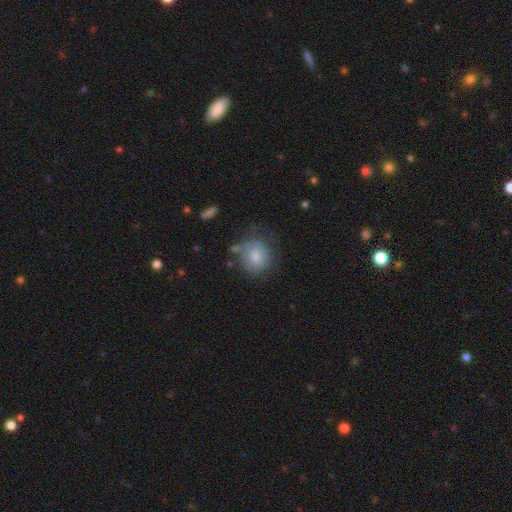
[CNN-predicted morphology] Q: Smooth or featured?
A: smooth (70%); runner-up: featured or disk (22%)
Q: How rounded?
A: round (81%); runner-up: in between (18%)
Q: Merging?
A: none (61%); runner-up: minor disturbance (24%)